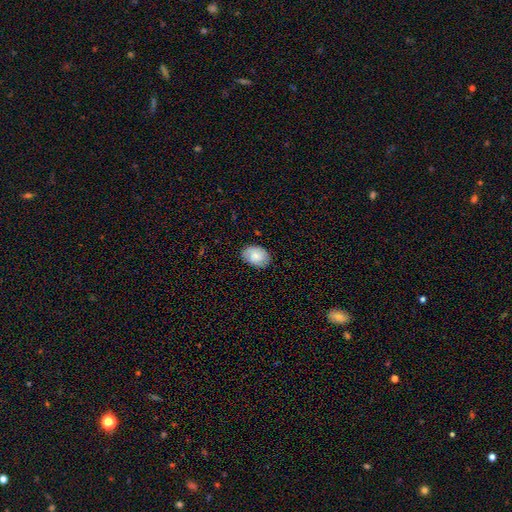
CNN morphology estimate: A smooth galaxy with no disk features (77%) that is in between round and cigar-shaped (76%). Merging: none (81%).